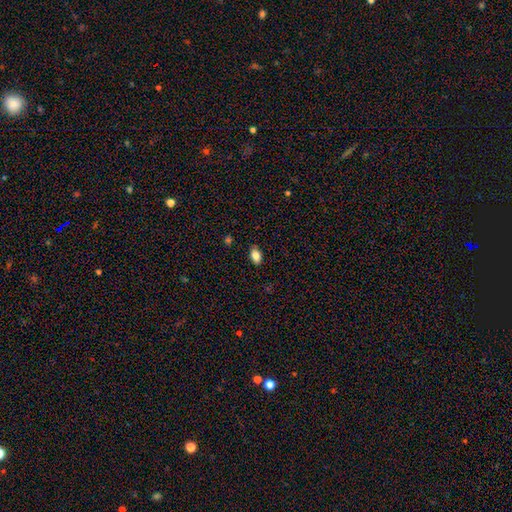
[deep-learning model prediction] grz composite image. It shows a smooth galaxy with no disk features (83%) that is in between round and cigar-shaped (91%). Merging: none (87%).